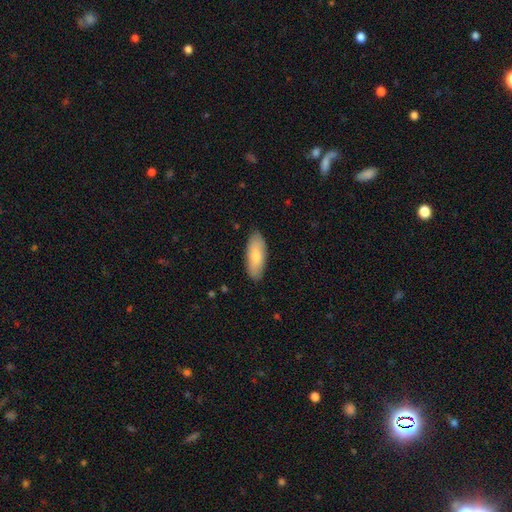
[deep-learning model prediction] Morphology: type=smooth (79%); roundness=in between (77%); merging=none (87%).